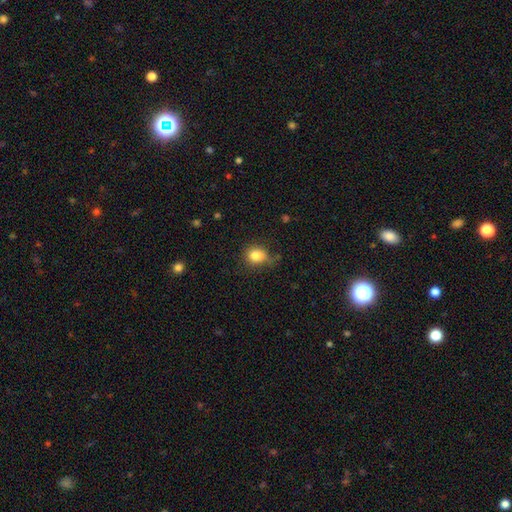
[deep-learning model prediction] This is clearly a smooth galaxy (83%). How rounded: likely round (71%). Merging: likely none (65%).